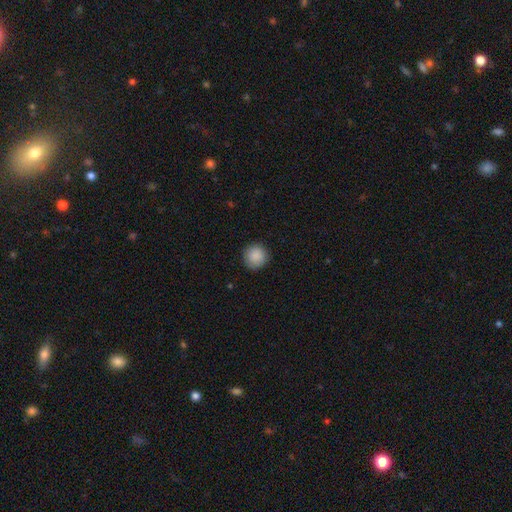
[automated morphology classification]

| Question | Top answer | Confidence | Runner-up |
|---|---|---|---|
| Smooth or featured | smooth | 89% | star or artifact (8%) |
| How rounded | round | 95% | in between (4%) |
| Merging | none | 90% | minor disturbance (8%) |